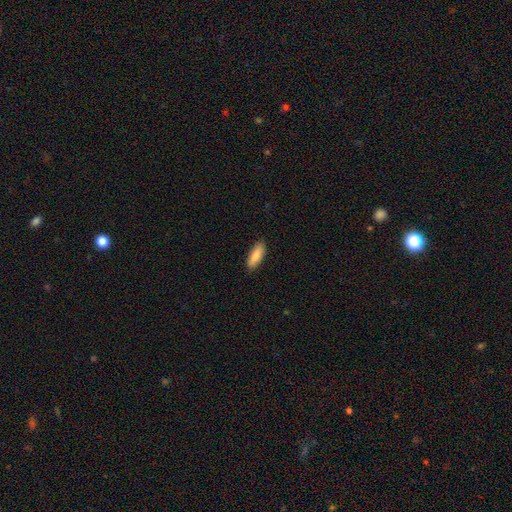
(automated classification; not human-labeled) Smooth or featured? smooth (87%)
How rounded? in between (63%)
Merging? none (87%)